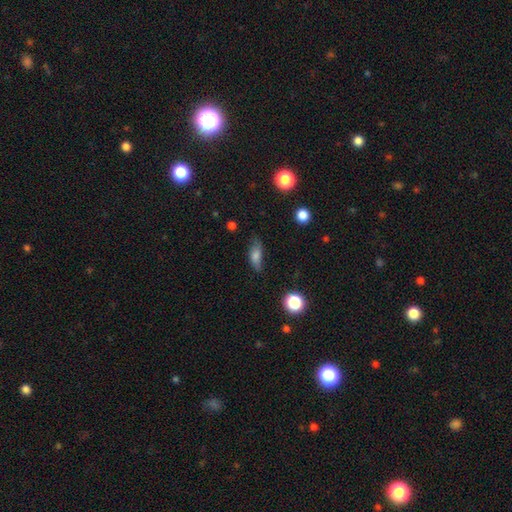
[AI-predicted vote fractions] smooth 73%, featured or disk 17%, star or artifact 10%. Down the decision tree: how rounded — in between (73%); merging — none (62%).